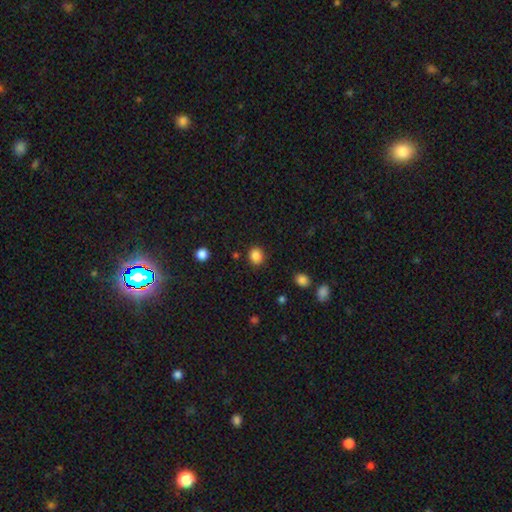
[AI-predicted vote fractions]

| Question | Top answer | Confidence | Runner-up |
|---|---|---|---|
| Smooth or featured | smooth | 86% | star or artifact (11%) |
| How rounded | round | 77% | in between (22%) |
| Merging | none | 88% | minor disturbance (8%) |